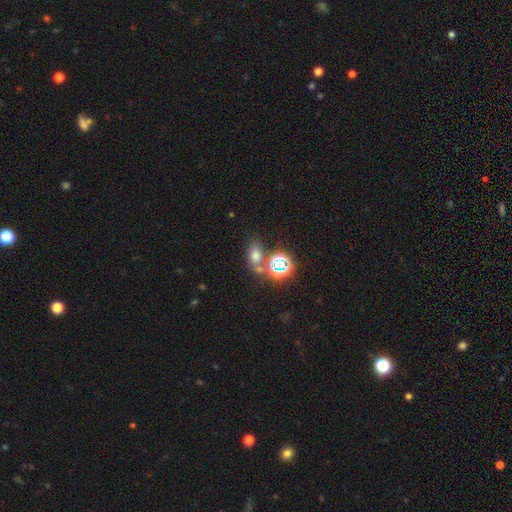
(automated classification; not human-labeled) Smooth or featured? Predicted: smooth (p=0.59). How rounded? Predicted: in between (p=0.66). Merging? Predicted: none (p=0.57).